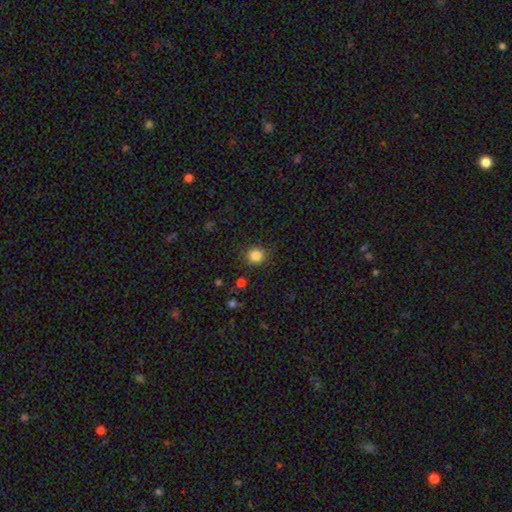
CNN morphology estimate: Q: Smooth or featured?
A: smooth (84%); runner-up: star or artifact (11%)
Q: How rounded?
A: round (87%); runner-up: in between (12%)
Q: Merging?
A: none (87%); runner-up: minor disturbance (9%)